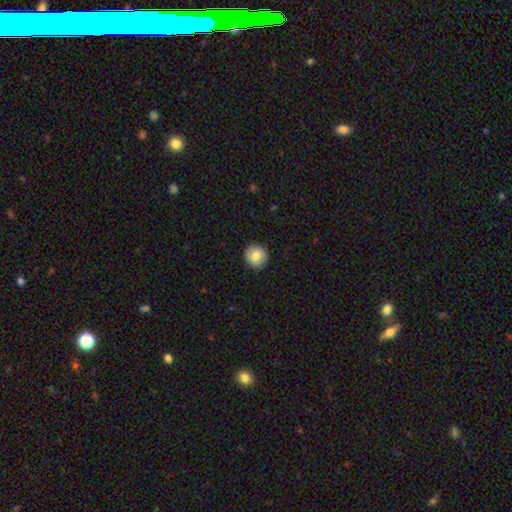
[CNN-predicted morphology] Q: Smooth or featured?
A: smooth (80%); runner-up: featured or disk (12%)
Q: How rounded?
A: round (92%); runner-up: in between (7%)
Q: Merging?
A: none (91%); runner-up: minor disturbance (7%)